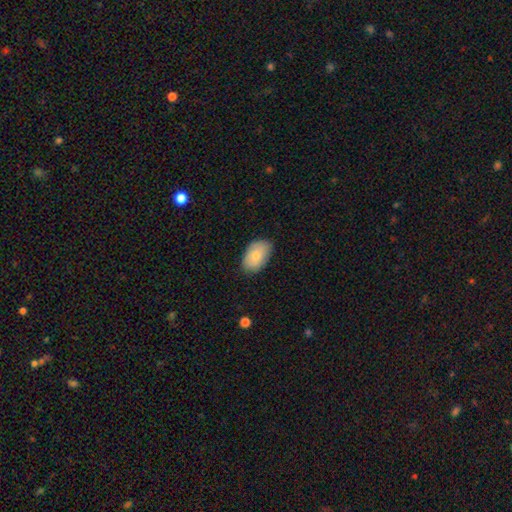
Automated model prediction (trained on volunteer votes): This is clearly a smooth galaxy (81%). How rounded: clearly in between (91%). Merging: clearly none (80%).